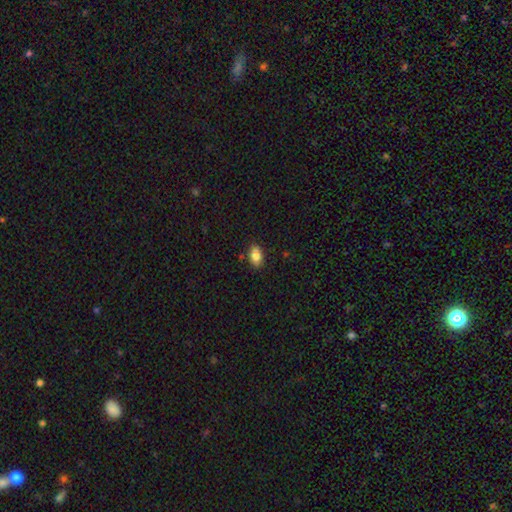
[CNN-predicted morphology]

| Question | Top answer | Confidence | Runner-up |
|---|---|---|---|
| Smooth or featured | smooth | 84% | star or artifact (8%) |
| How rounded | in between | 89% | round (9%) |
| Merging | none | 84% | minor disturbance (12%) |